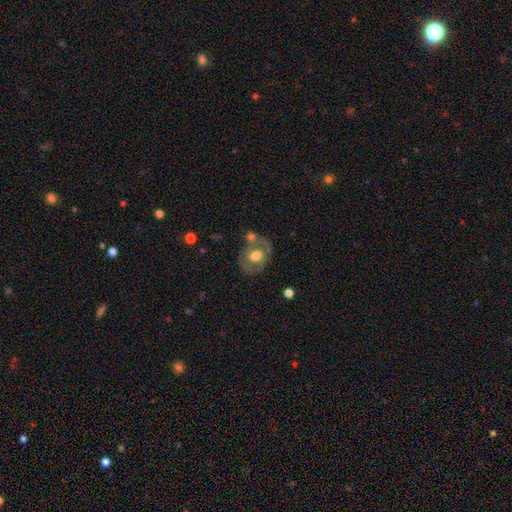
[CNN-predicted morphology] Overall: featured or disk (49%; smooth 44%). Merging: none (57%; minor disturbance 18%).